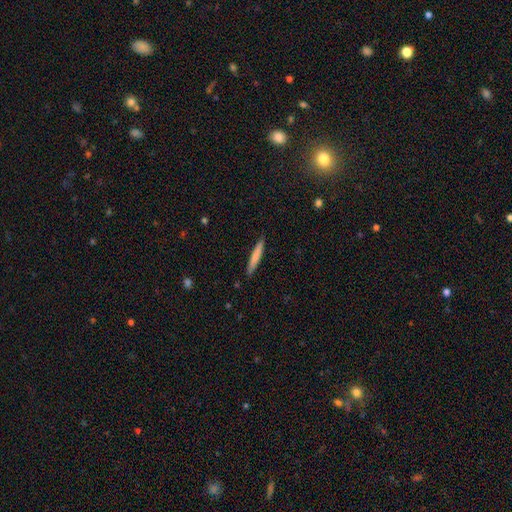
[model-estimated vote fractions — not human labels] A smooth galaxy with no disk features (74%) that is cigar-shaped (95%).

Vote fractions:
- Smooth or featured? smooth: 74% / featured or disk: 20% / star or artifact: 5%
- How rounded? cigar-shaped: 95% / in between: 4% / round: 1%
- Merging? none: 89% / minor disturbance: 8% / major disturbance: 1% / merger: 1%